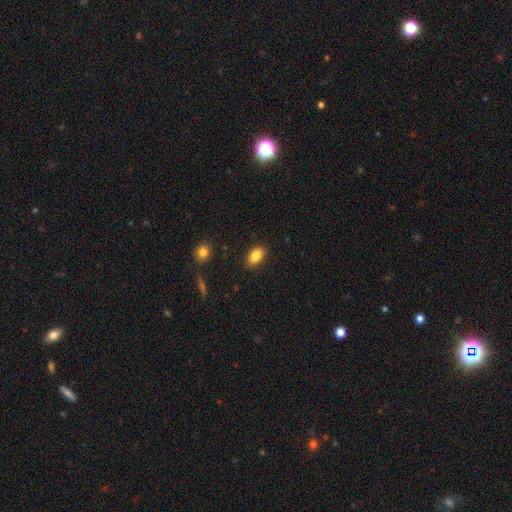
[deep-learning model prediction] Smooth or featured? Predicted: smooth (p=0.86). How rounded? Predicted: in between (p=0.87). Merging? Predicted: none (p=0.88).